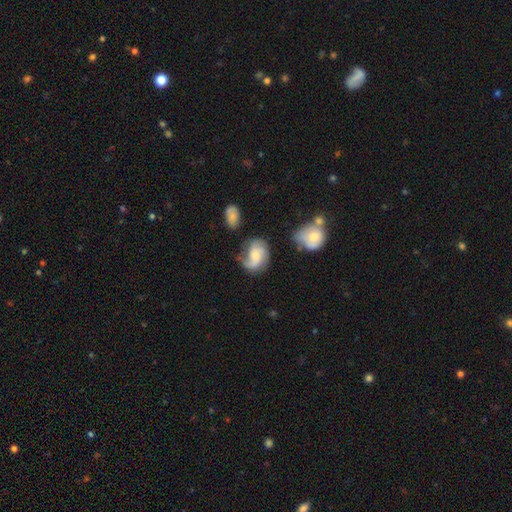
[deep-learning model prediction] Smooth or featured? Predicted: featured or disk (p=0.72). Edge-on disk? Predicted: no (p=0.98). Bar? Predicted: no (p=0.57). Spiral arms? Predicted: yes (p=0.93). Spiral winding? Predicted: medium (p=0.45). Spiral arm count? Predicted: 2 (p=0.64). Bulge size? Predicted: moderate (p=0.41). Merging? Predicted: none (p=0.53).